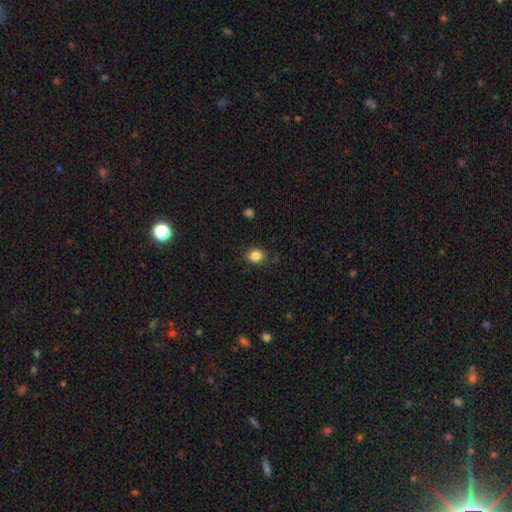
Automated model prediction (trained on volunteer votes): Smooth or featured: smooth — 85% (star or artifact — 10%)
How rounded: round — 60% (in between — 40%)
Merging: none — 84% (minor disturbance — 12%)